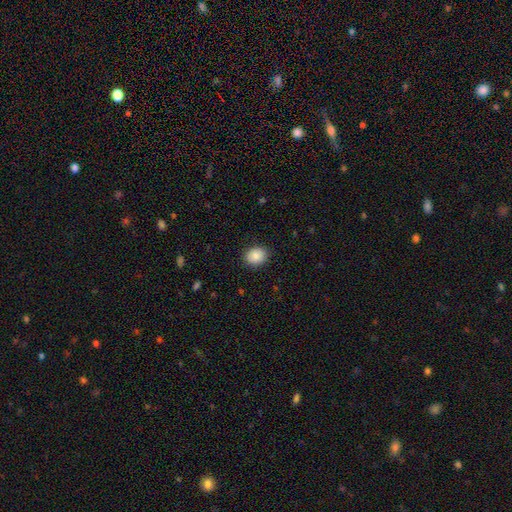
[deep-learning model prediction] Morphology: type=smooth (86%); roundness=round (57%); merging=none (88%).